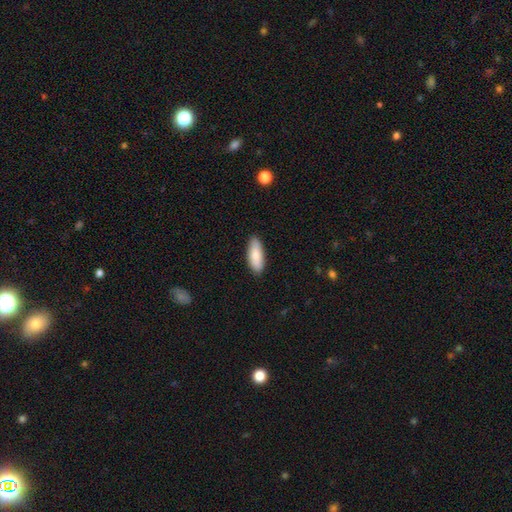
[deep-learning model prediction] Smooth or featured? Predicted: smooth (p=0.84). How rounded? Predicted: in between (p=0.75). Merging? Predicted: none (p=0.87).